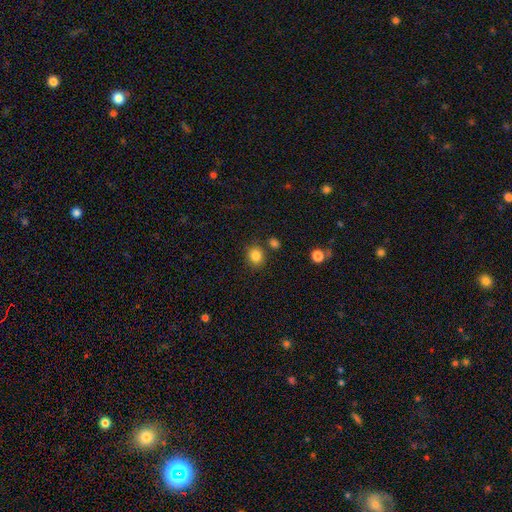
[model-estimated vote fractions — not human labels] A smooth galaxy with no disk features (85%) that is round (80%).

Vote fractions:
- Smooth or featured? smooth: 85% / star or artifact: 11% / featured or disk: 5%
- How rounded? round: 80% / in between: 19% / cigar-shaped: 1%
- Merging? none: 80% / minor disturbance: 10% / merger: 7% / major disturbance: 3%